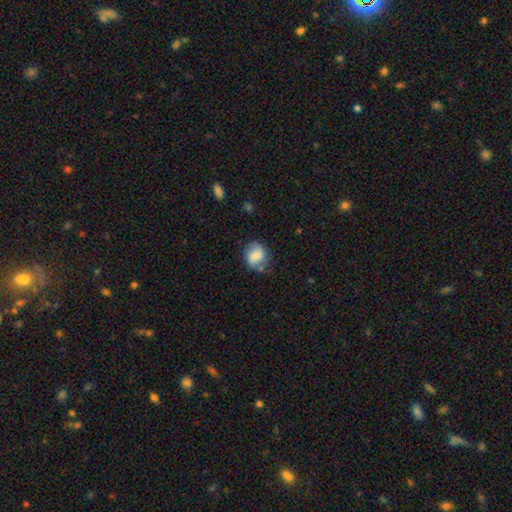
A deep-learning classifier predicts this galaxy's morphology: The model was most divided on "how rounded": round: 64%, in between: 35%, cigar-shaped: 1%. More confident: smooth or featured — smooth (68%); merging — none (60%).